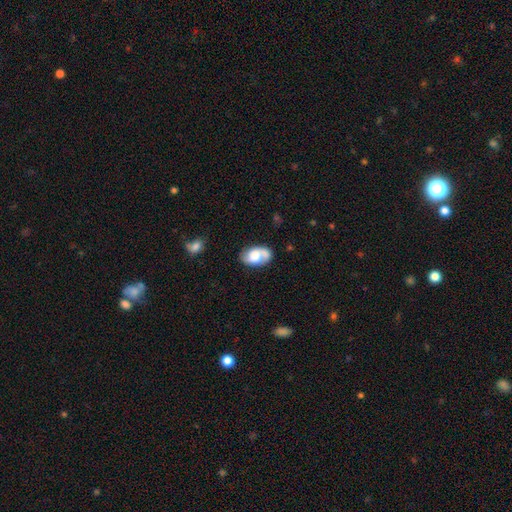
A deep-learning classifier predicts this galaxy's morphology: Smooth or featured?
  - featured or disk: 48% *
  - smooth: 45%
  - star or artifact: 8%
Merging?
  - none: 60% *
  - minor disturbance: 23%
  - major disturbance: 9%
  - merger: 8%